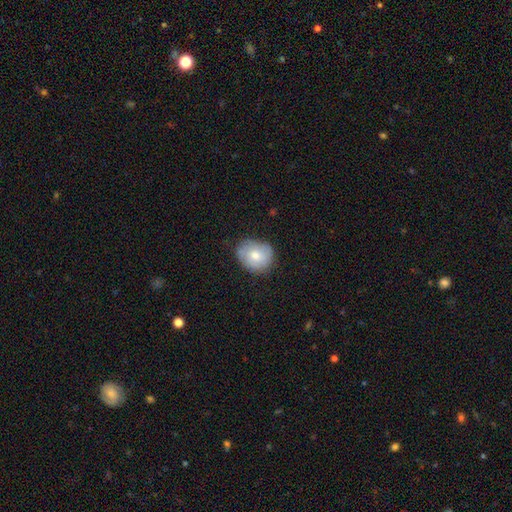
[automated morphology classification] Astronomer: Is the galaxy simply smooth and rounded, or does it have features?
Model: smooth — 62%.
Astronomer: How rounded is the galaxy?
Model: round — 60% (runner-up: in between, 39%).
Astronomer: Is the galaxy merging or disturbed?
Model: none — 68%.